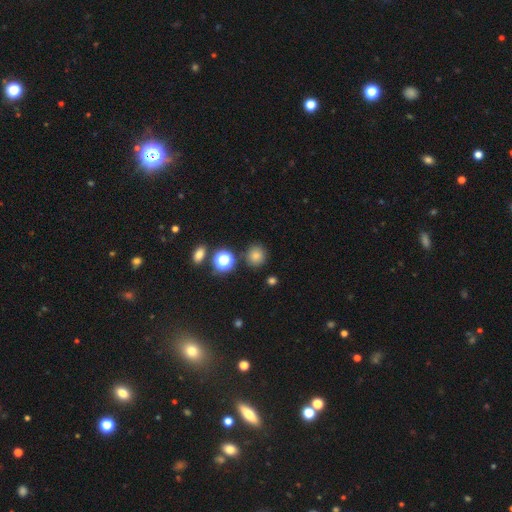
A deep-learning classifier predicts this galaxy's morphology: This appears to be a smooth galaxy with no disk features (75%) that is round (89%). Merging: none (84%).